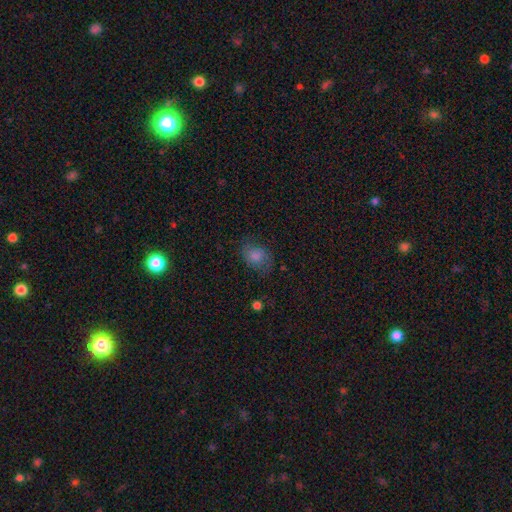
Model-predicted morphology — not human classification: Smooth or featured? smooth (76%)
How rounded? in between (65%)
Merging? none (60%)